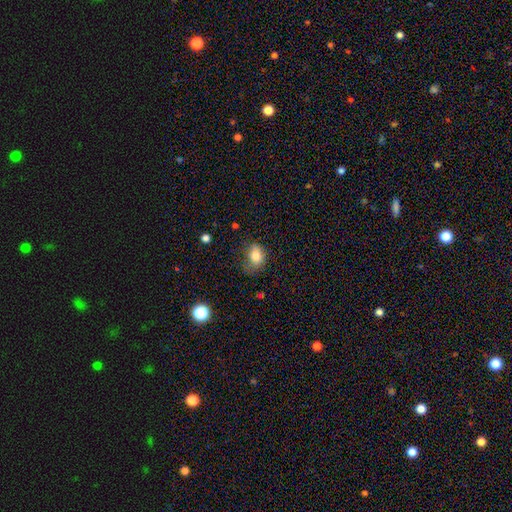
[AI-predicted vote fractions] Smooth or featured?
  - smooth: 81% *
  - star or artifact: 10%
  - featured or disk: 9%
How rounded?
  - in between: 72% *
  - round: 27%
  - cigar-shaped: 1%
Merging?
  - none: 43% *
  - minor disturbance: 35%
  - major disturbance: 20%
  - merger: 2%